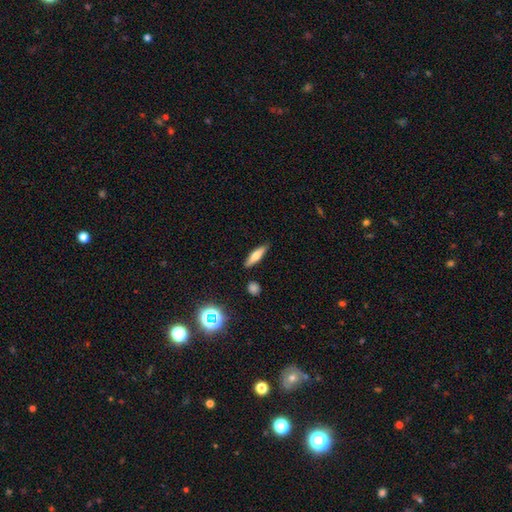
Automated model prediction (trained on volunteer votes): This appears to be a smooth galaxy with no disk features (59%) that is cigar-shaped (69%). Merging: none (87%).